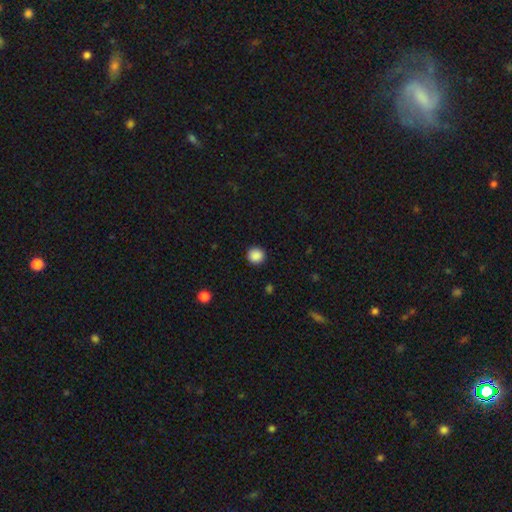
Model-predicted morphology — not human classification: smooth_or_featured: smooth (p=0.88) [alt: star or artifact p=0.09]
how_rounded: round (p=0.90) [alt: in between p=0.09]
merging: none (p=0.91) [alt: minor disturbance p=0.06]